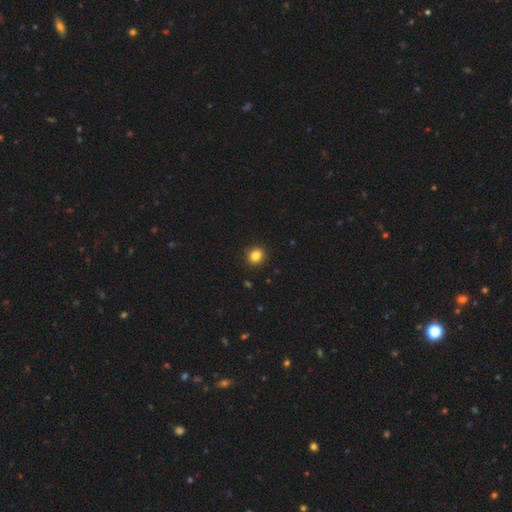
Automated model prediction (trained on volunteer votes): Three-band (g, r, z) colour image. It shows a smooth galaxy with no disk features (84%) that is round (78%). Merging: none (92%).